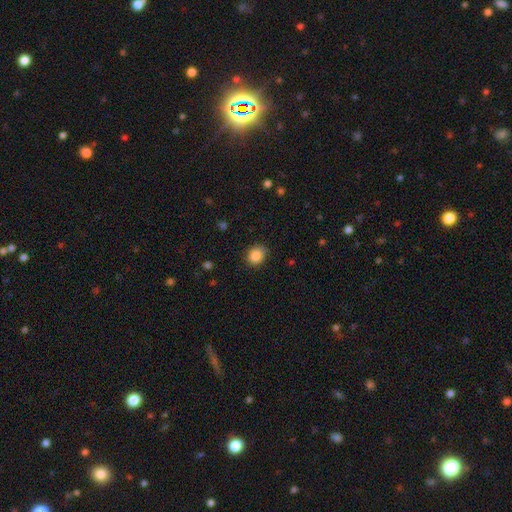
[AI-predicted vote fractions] Overall: smooth (86%). How rounded: round (63%; in between 36%). Merging: none (83%).